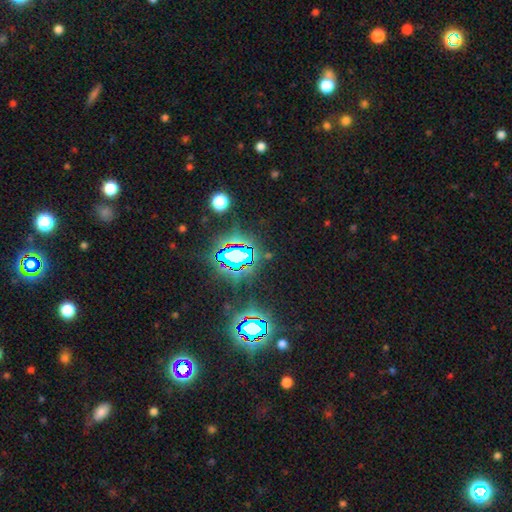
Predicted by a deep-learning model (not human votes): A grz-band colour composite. It shows a star or artifact, not a galaxy (82%).